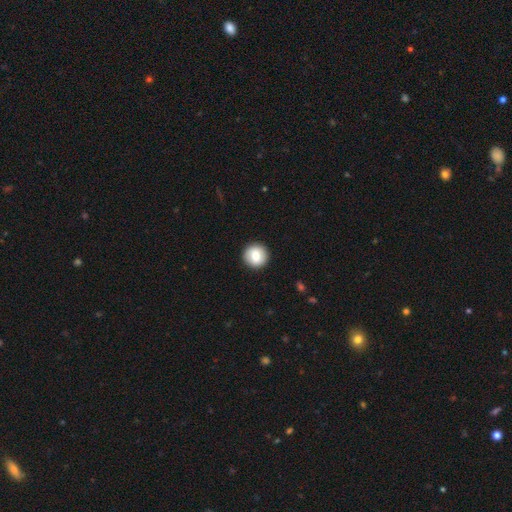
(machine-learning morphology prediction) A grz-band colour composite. It shows a smooth galaxy with no disk features (77%) that is round (95%). Merging: none (92%).